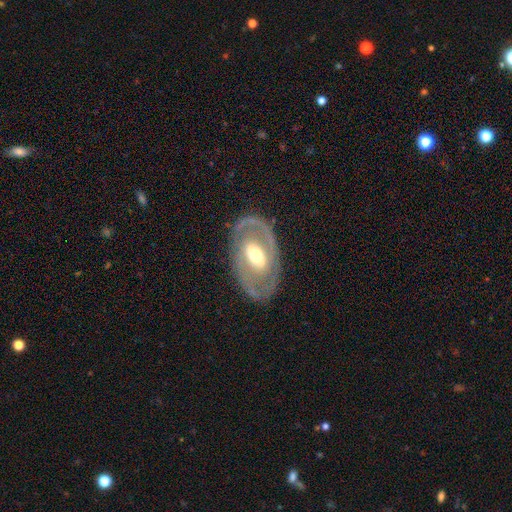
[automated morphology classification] Smooth or featured? Predicted: featured or disk (p=0.75). Edge-on disk? Predicted: no (p=0.92). Bar? Predicted: weak (p=0.38). Spiral arms? Predicted: yes (p=0.56). Bulge size? Predicted: moderate (p=0.66). Merging? Predicted: none (p=0.81).